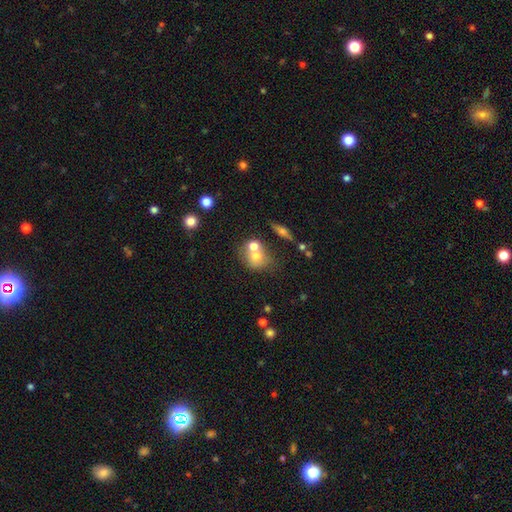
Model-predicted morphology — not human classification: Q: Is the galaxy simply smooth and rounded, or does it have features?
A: smooth — 67%.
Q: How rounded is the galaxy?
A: round — 66%.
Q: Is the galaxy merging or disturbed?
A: merger — 48%.